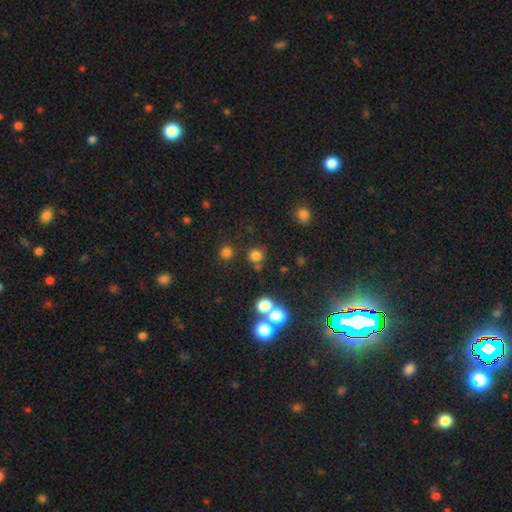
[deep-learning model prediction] A smooth galaxy with no disk features (74%) that is round (91%).

Vote fractions:
- Smooth or featured? smooth: 74% / star or artifact: 20% / featured or disk: 6%
- How rounded? round: 91% / in between: 8% / cigar-shaped: 1%
- Merging? none: 76% / merger: 12% / minor disturbance: 8% / major disturbance: 4%